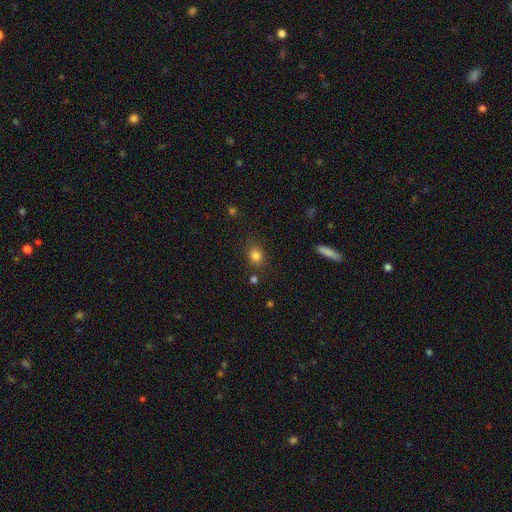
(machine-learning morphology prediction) This is clearly a smooth galaxy (82%). How rounded: possibly round (58%). Merging: clearly none (82%).